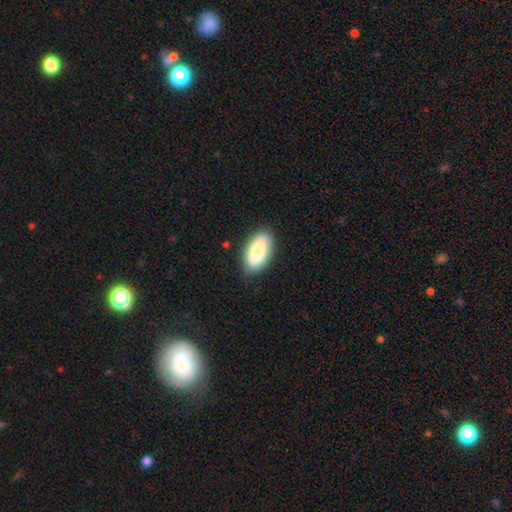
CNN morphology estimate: smooth_or_featured: smooth (p=0.84) [alt: featured or disk p=0.10]
how_rounded: in between (p=0.91) [alt: cigar-shaped p=0.06]
merging: none (p=0.78) [alt: minor disturbance p=0.17]